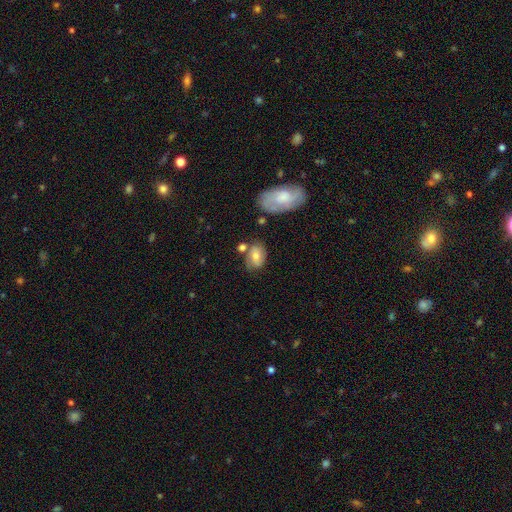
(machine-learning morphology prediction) Smooth or featured: smooth — 52% (featured or disk — 39%)
How rounded: in between — 80% (round — 18%)
Merging: none — 56% (minor disturbance — 23%)